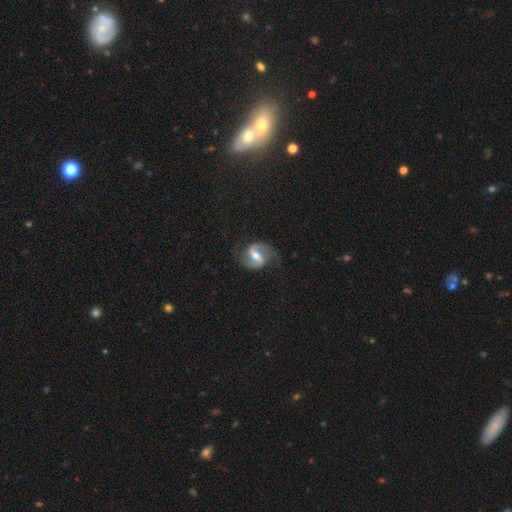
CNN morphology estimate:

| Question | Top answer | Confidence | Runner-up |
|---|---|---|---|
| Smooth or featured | featured or disk | 89% | smooth (6%) |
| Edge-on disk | no | 98% | yes (2%) |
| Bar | strong | 44% | weak (43%) |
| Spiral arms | yes | 97% | no (3%) |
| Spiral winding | medium | 55% | loose (30%) |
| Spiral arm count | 2 | 94% | can't tell (2%) |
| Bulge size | moderate | 68% | small (22%) |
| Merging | none | 80% | minor disturbance (13%) |